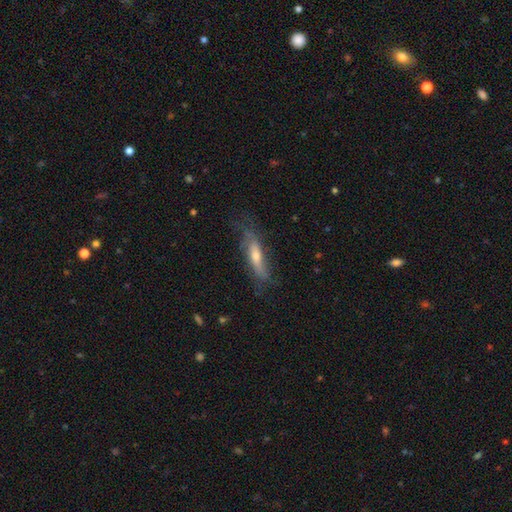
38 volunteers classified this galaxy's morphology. Smooth or featured? featured or disk (63%)
Edge-on disk? no (58%)
Bar? no (50%)
Spiral arms? yes (71%)
Spiral winding? loose (70%)
Spiral arm count? 2 (60%)
Bulge size? moderate (43%)
Merging? none (66%)